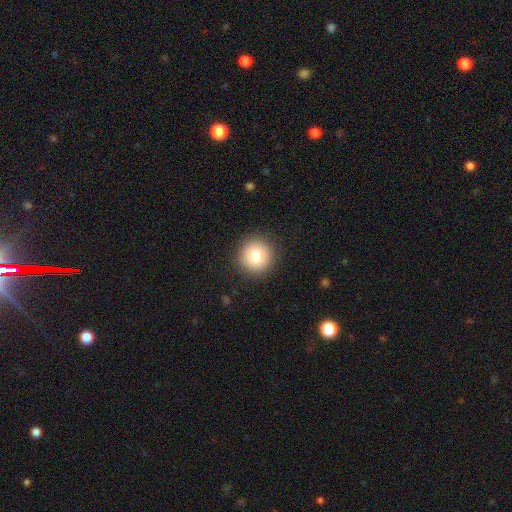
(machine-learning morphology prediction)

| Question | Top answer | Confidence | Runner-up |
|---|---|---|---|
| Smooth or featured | smooth | 80% | featured or disk (10%) |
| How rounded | round | 95% | in between (4%) |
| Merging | none | 91% | minor disturbance (6%) |